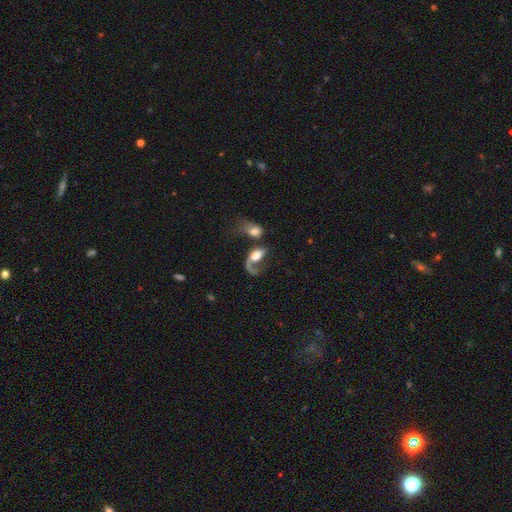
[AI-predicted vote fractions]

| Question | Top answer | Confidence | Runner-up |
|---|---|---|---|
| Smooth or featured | featured or disk | 55% | smooth (36%) |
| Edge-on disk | no | 95% | yes (5%) |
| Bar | no | 68% | weak (23%) |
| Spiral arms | yes | 77% | no (23%) |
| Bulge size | large | 39% | moderate (34%) |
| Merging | merger | 38% | major disturbance (34%) |